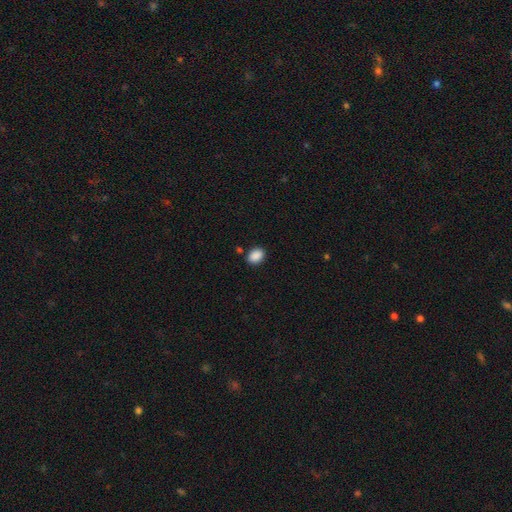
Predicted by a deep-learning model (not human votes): smooth_or_featured: smooth (p=0.89) [alt: star or artifact p=0.08]
how_rounded: in between (p=0.73) [alt: round p=0.26]
merging: none (p=0.85) [alt: minor disturbance p=0.10]